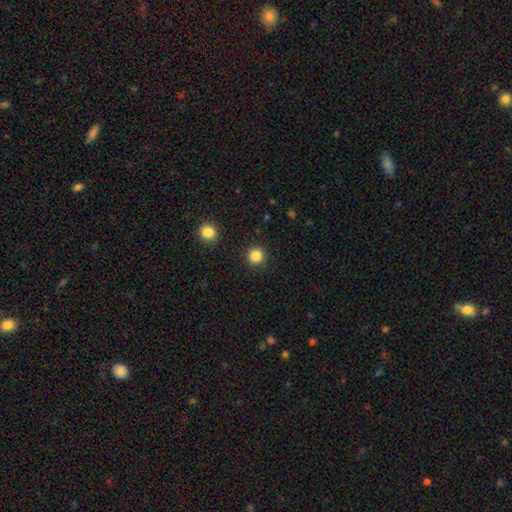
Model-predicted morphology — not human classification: Q: Smooth or featured?
A: smooth (86%); runner-up: star or artifact (11%)
Q: How rounded?
A: round (95%); runner-up: in between (4%)
Q: Merging?
A: none (91%); runner-up: minor disturbance (5%)